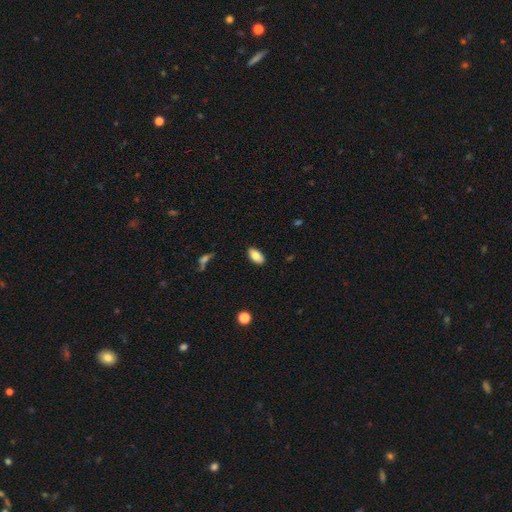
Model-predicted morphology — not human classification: A smooth galaxy with no disk features (81%) that is in between round and cigar-shaped (93%).

Vote fractions:
- Smooth or featured? smooth: 81% / featured or disk: 12% / star or artifact: 7%
- How rounded? in between: 93% / cigar-shaped: 4% / round: 3%
- Merging? none: 87% / minor disturbance: 10% / major disturbance: 2% / merger: 1%